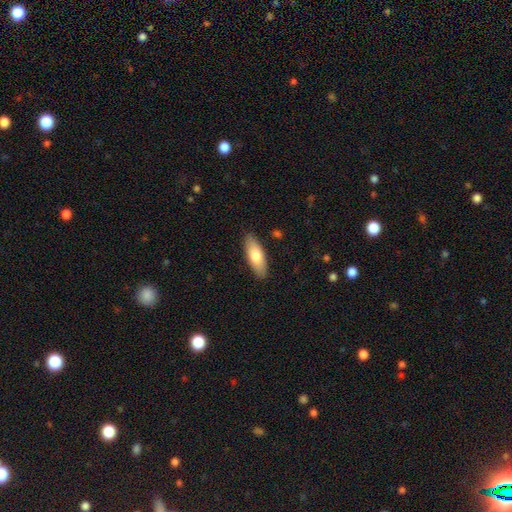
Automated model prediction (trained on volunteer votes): Smooth or featured?
  - smooth: 74% *
  - featured or disk: 20%
  - star or artifact: 6%
How rounded?
  - in between: 68% *
  - cigar-shaped: 30%
  - round: 2%
Merging?
  - none: 88% *
  - minor disturbance: 9%
  - major disturbance: 2%
  - merger: 1%